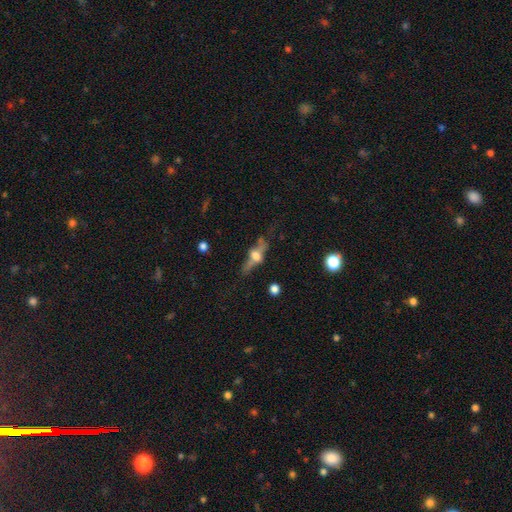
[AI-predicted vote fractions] Smooth or featured?
  - featured or disk: 60% *
  - smooth: 29%
  - star or artifact: 11%
Edge-on disk?
  - yes: 79% *
  - no: 21%
Merging?
  - none: 55% *
  - minor disturbance: 20%
  - major disturbance: 18%
  - merger: 6%